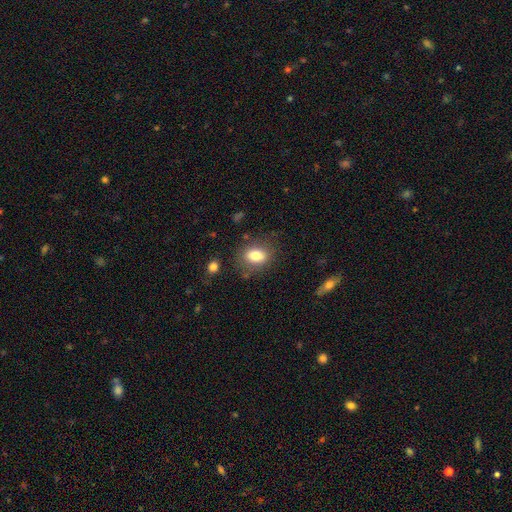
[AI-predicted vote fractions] Smooth or featured? smooth (80%)
How rounded? in between (70%)
Merging? none (78%)